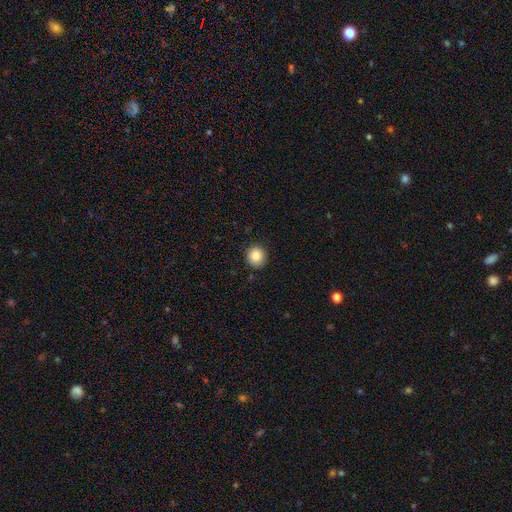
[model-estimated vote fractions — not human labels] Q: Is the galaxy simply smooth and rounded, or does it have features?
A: smooth — 86%.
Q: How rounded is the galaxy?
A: round — 86%.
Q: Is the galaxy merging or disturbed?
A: none — 90%.